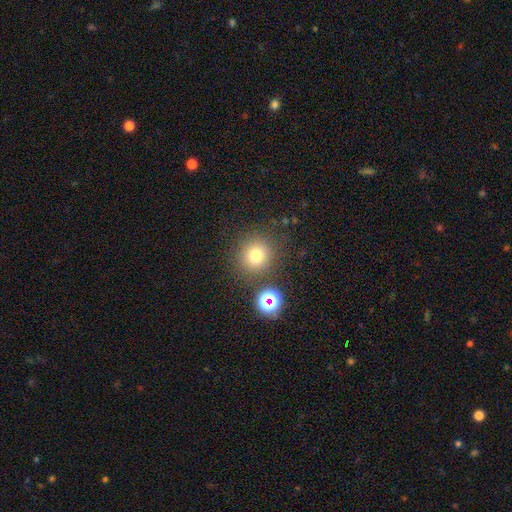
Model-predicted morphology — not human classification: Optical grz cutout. It shows a smooth galaxy with no disk features (76%) that is round (91%). Merging: none (82%).